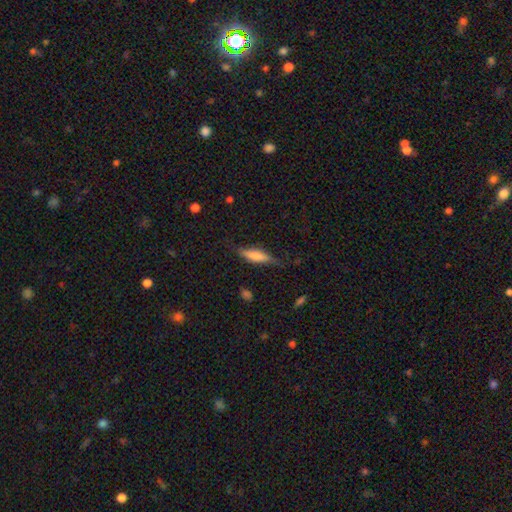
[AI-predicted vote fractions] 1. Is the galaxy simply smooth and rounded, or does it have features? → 51% smooth, 42% featured or disk, 7% star or artifact.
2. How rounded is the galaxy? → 66% cigar-shaped, 31% in between, 2% round.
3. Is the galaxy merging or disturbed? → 72% none, 20% minor disturbance, 6% major disturbance, 2% merger.